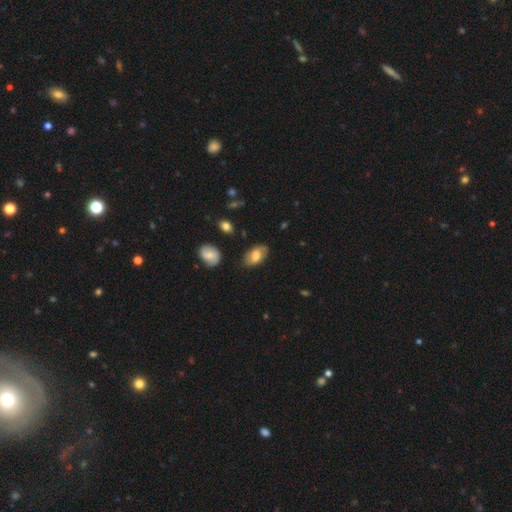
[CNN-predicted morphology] This is likely a smooth galaxy (72%). How rounded: clearly in between (93%). Merging: likely none (78%).